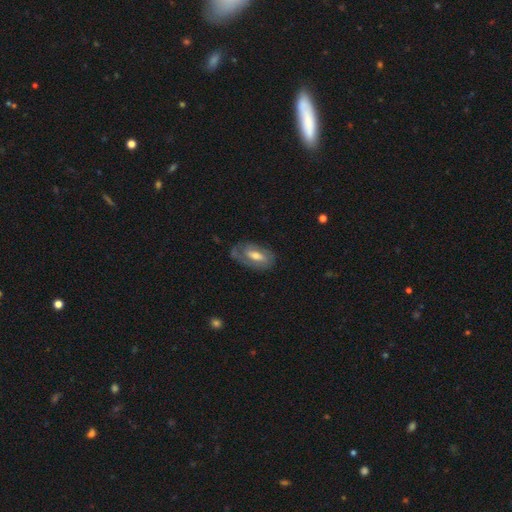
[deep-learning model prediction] This is possibly a featured or disk galaxy (57%). It is clearly not viewed edge-on (89%). Bar: marginally weak (42%). Spiral arm pattern: likely yes (67%). Central bulge: likely moderate (62%). Merging: possibly none (59%).